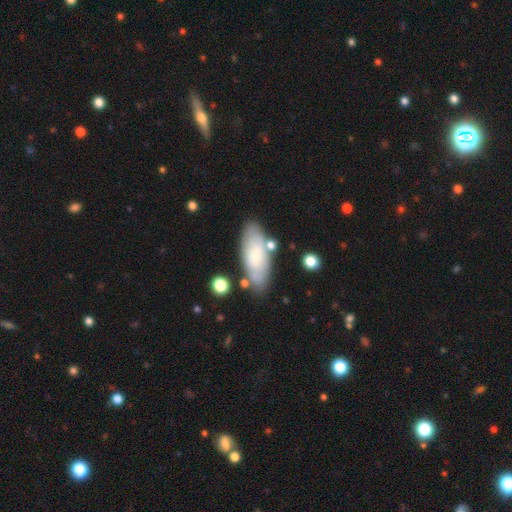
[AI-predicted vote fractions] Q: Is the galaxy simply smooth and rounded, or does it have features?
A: smooth — 59%.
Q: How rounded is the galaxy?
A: in between — 79%.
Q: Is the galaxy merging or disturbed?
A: none — 76%.